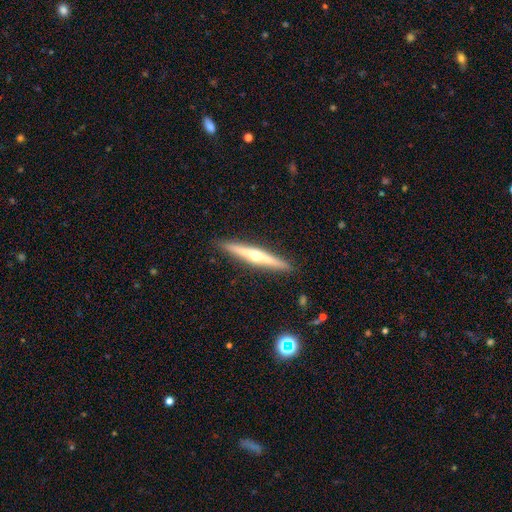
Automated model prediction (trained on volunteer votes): Overall: featured or disk (72%). Edge-on disk: yes (97%). Edge-on bulge: rounded (90%). Merging: none (91%).